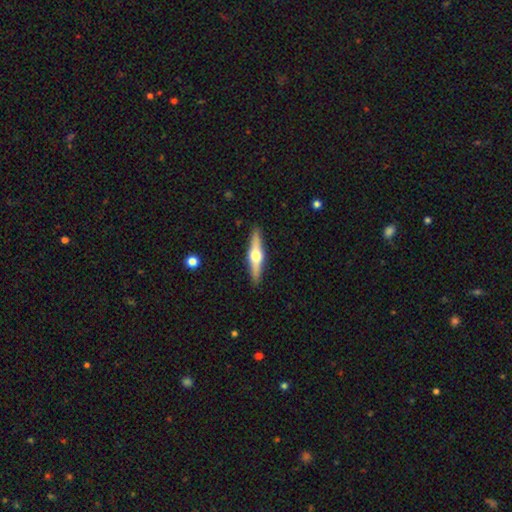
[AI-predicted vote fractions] A featured or disk galaxy (67%) viewed edge-on (97%) with a rounded central bulge (95%). Merging: none (91%).